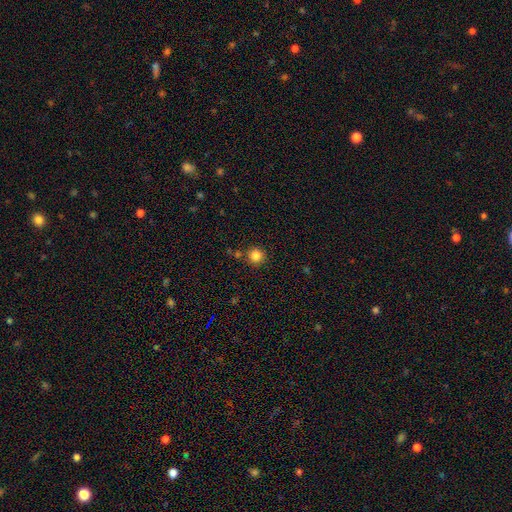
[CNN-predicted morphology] Q: Smooth or featured?
A: smooth (84%); runner-up: star or artifact (12%)
Q: How rounded?
A: round (95%); runner-up: in between (4%)
Q: Merging?
A: none (84%); runner-up: minor disturbance (8%)